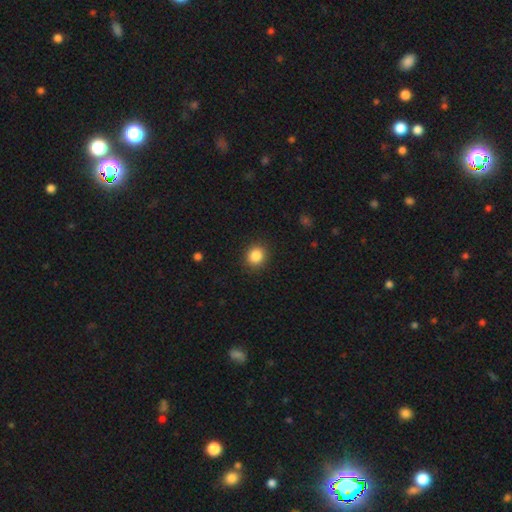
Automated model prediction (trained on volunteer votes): smooth-or-featured: smooth: 86% | star or artifact: 10% | featured or disk: 4%
  how-rounded: round: 79% | in between: 20% | cigar-shaped: 1%
  merging: none: 90% | minor disturbance: 7% | major disturbance: 2% | merger: 1%